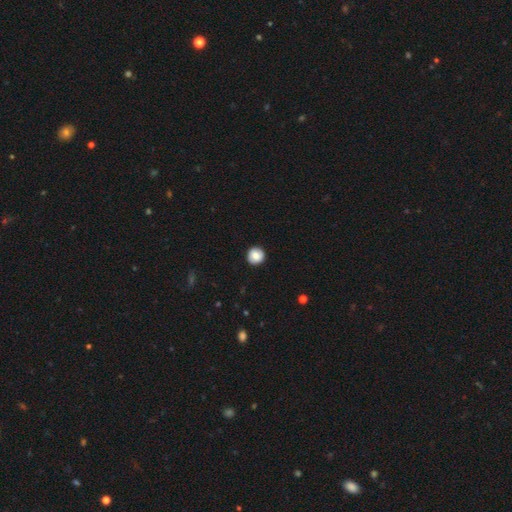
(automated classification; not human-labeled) smooth 83%, featured or disk 8%, star or artifact 8%. Down the decision tree: how rounded — round (94%); merging — none (91%).